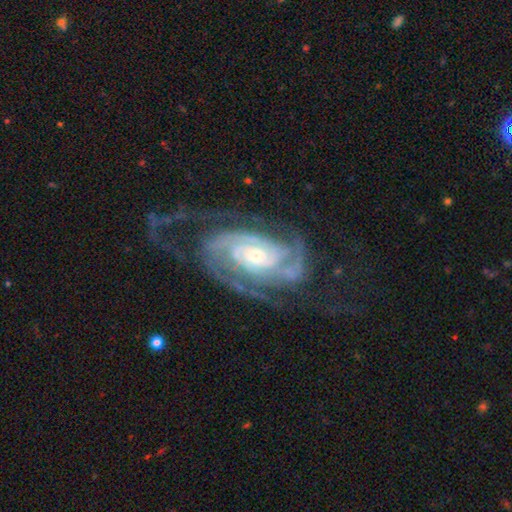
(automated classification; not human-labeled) Smooth or featured: featured or disk — 91% (star or artifact — 5%)
Edge-on disk: no — 96% (yes — 4%)
Bar: no — 61% (weak — 28%)
Spiral arms: yes — 98% (no — 2%)
Spiral winding: tight — 60% (medium — 32%)
Spiral arm count: 2 — 38% (3 — 23%)
Bulge size: moderate — 48% (small — 45%)
Merging: none — 59% (major disturbance — 21%)